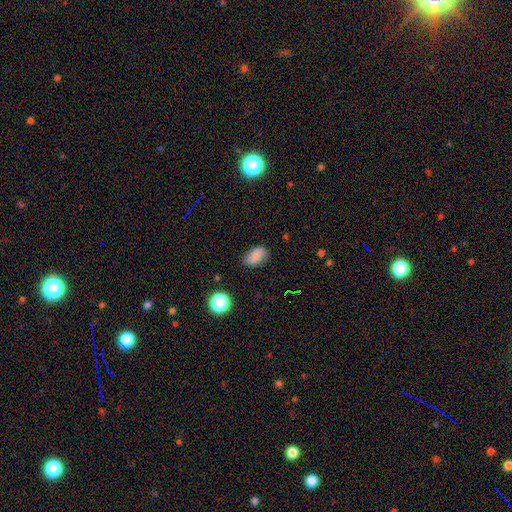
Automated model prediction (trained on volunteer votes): Overall: smooth (76%). How rounded: in between (88%). Merging: none (76%).